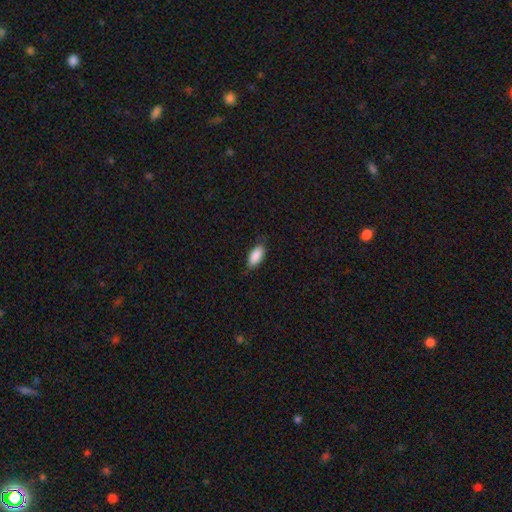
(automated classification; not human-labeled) Smooth or featured?
  - smooth: 88% *
  - featured or disk: 6%
  - star or artifact: 6%
How rounded?
  - in between: 88% *
  - cigar-shaped: 10%
  - round: 2%
Merging?
  - none: 76% *
  - minor disturbance: 19%
  - major disturbance: 4%
  - merger: 1%